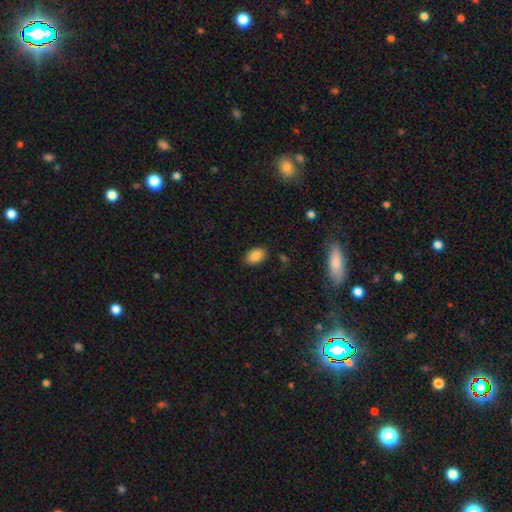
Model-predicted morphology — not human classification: This appears to be a smooth galaxy with no disk features (85%) that is in between round and cigar-shaped (89%). Merging: none (84%).